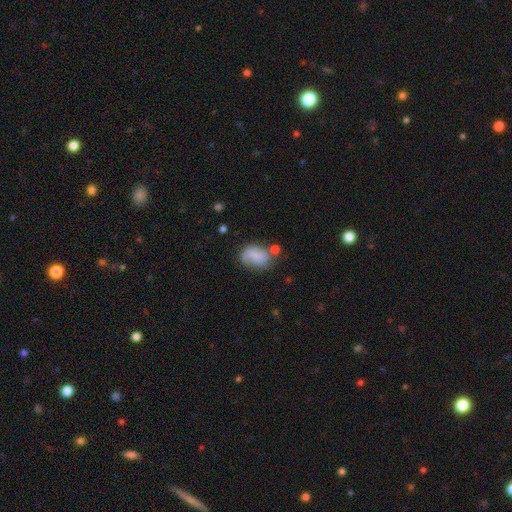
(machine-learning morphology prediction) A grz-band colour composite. It shows a smooth galaxy with no disk features (62%) that is in between round and cigar-shaped (68%). Merging: none (46%).